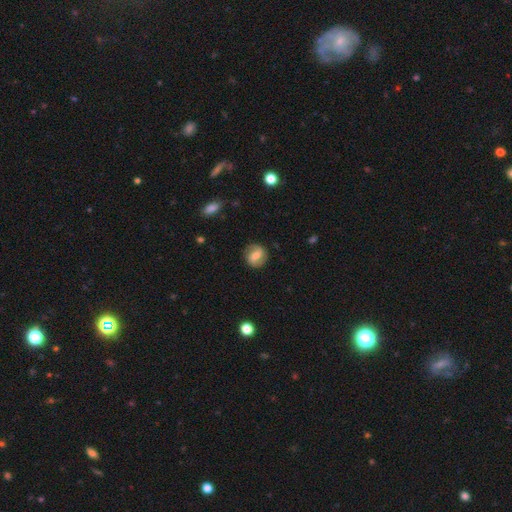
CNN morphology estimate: Smooth or featured?
  - featured or disk: 53% *
  - smooth: 39%
  - star or artifact: 8%
Edge-on disk?
  - no: 97% *
  - yes: 3%
Bar?
  - weak: 45% *
  - strong: 34%
  - no: 21%
Spiral arms?
  - yes: 85% *
  - no: 15%
Bulge size?
  - moderate: 42% *
  - small: 31%
  - none: 13%
  - large: 12%
  - dominant: 2%
Merging?
  - none: 83% *
  - minor disturbance: 11%
  - major disturbance: 4%
  - merger: 1%